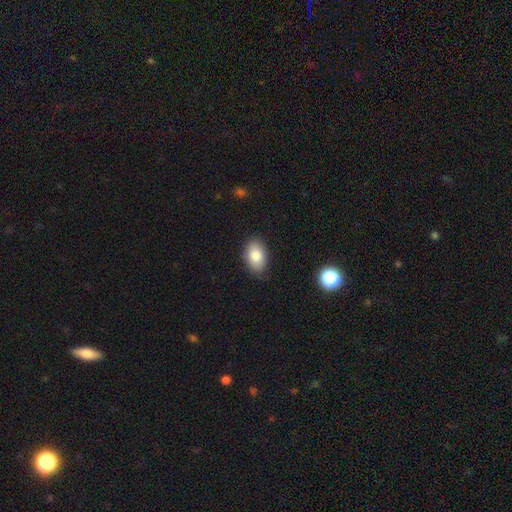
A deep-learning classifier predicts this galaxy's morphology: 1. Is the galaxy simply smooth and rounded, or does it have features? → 82% smooth, 10% featured or disk, 8% star or artifact.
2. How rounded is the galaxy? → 89% in between, 10% round, 1% cigar-shaped.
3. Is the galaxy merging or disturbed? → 87% none, 10% minor disturbance, 2% major disturbance, 1% merger.